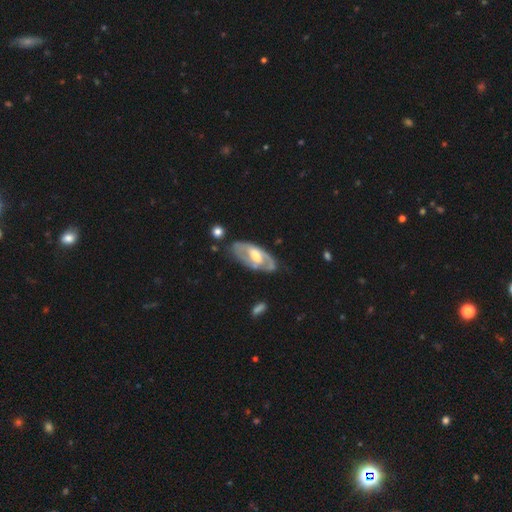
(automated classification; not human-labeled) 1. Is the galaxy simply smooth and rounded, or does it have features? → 76% featured or disk, 20% smooth, 4% star or artifact.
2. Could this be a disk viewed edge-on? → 90% no, 10% yes.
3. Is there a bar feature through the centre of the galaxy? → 43% weak, 36% no, 22% strong.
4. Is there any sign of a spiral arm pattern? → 73% yes, 27% no.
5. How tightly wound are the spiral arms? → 42% medium, 41% tight, 17% loose.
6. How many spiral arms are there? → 66% 2, 21% can't tell, 9% 1, 3% 3, 1% 4, 1% more than 4.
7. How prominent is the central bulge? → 63% moderate, 17% small, 17% large, 2% none, 1% dominant.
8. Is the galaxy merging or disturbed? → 71% none, 19% minor disturbance, 7% major disturbance, 3% merger.